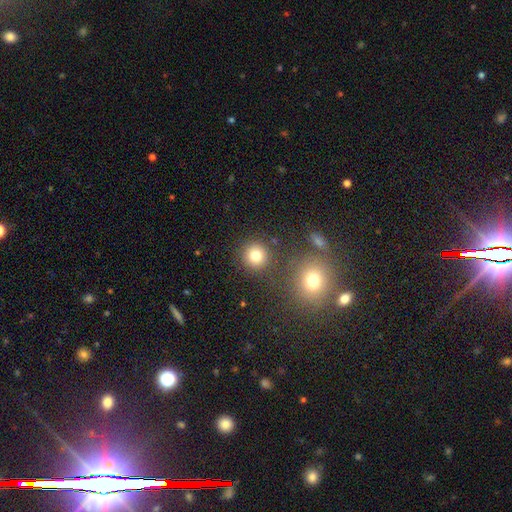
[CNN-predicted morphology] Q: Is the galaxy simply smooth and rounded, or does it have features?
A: smooth — 79%.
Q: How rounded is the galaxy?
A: round — 93%.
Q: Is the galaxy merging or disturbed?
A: none — 84%.